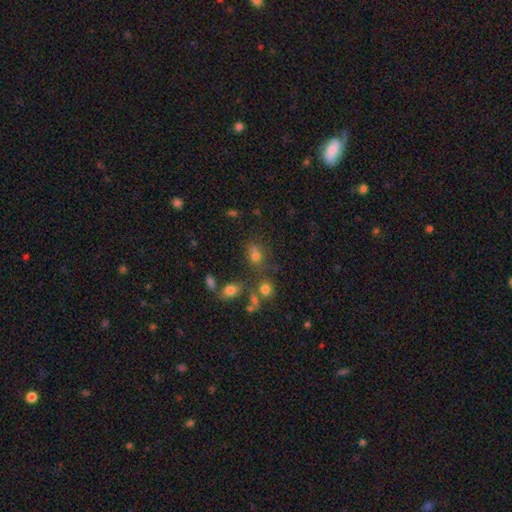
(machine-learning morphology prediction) Smooth or featured? Predicted: smooth (p=0.69). How rounded? Predicted: round (p=0.50). Merging? Predicted: none (p=0.53).